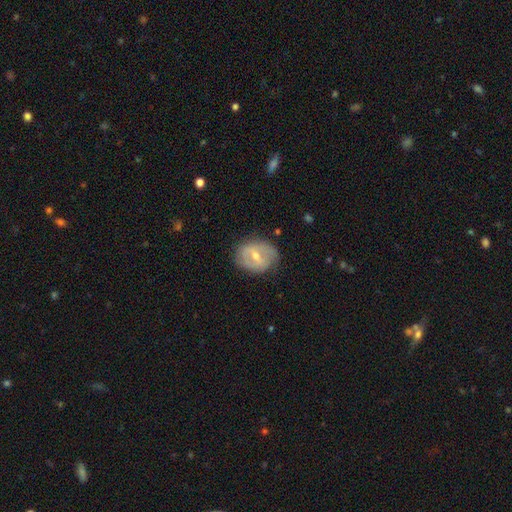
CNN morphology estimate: Smooth or featured: featured or disk — 61% (smooth — 33%)
Edge-on disk: no — 95% (yes — 5%)
Bar: weak — 49% (strong — 31%)
Spiral arms: yes — 54% (no — 46%)
Bulge size: moderate — 57% (small — 38%)
Merging: none — 70% (minor disturbance — 22%)